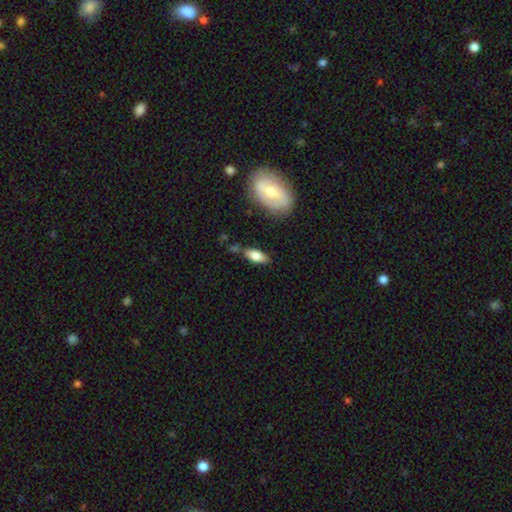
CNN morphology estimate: This is likely a smooth galaxy (75%). How rounded: likely in between (80%). Merging: likely none (71%).